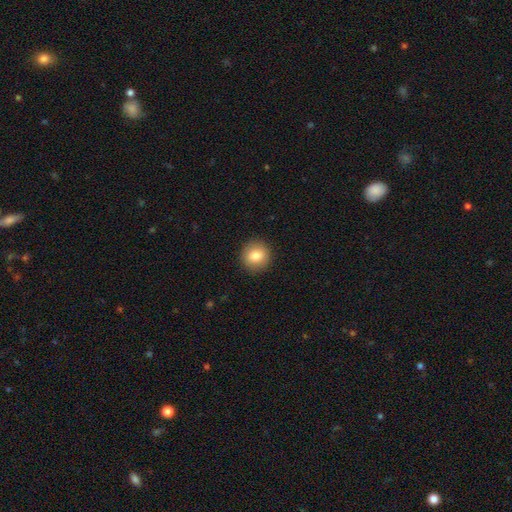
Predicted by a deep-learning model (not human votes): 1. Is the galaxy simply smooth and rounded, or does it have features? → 83% smooth, 9% star or artifact, 8% featured or disk.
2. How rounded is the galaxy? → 89% round, 10% in between, 1% cigar-shaped.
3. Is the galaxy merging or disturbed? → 91% none, 6% minor disturbance, 2% major disturbance, 1% merger.